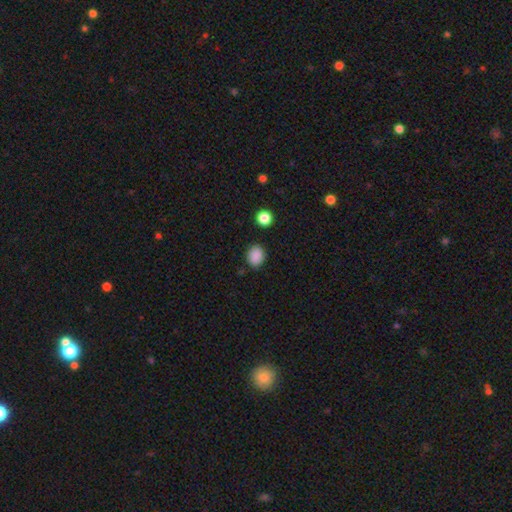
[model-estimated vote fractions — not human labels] A smooth galaxy with no disk features (87%) that is in between round and cigar-shaped (54%).

Vote fractions:
- Smooth or featured? smooth: 87% / star or artifact: 10% / featured or disk: 3%
- How rounded? in between: 54% / round: 45% / cigar-shaped: 1%
- Merging? none: 83% / minor disturbance: 12% / major disturbance: 3% / merger: 2%